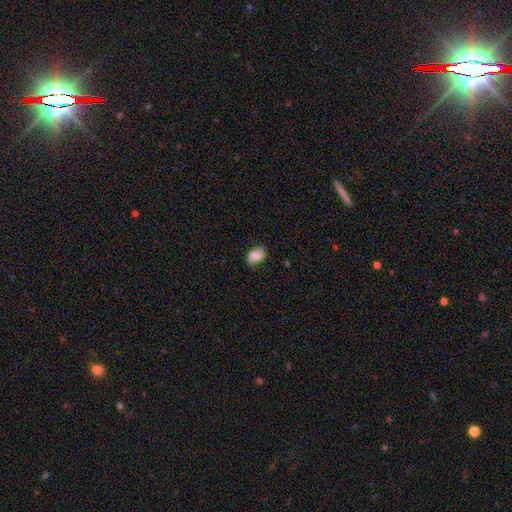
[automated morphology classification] Overall: smooth (69%). How rounded: in between (84%). Merging: none (73%).